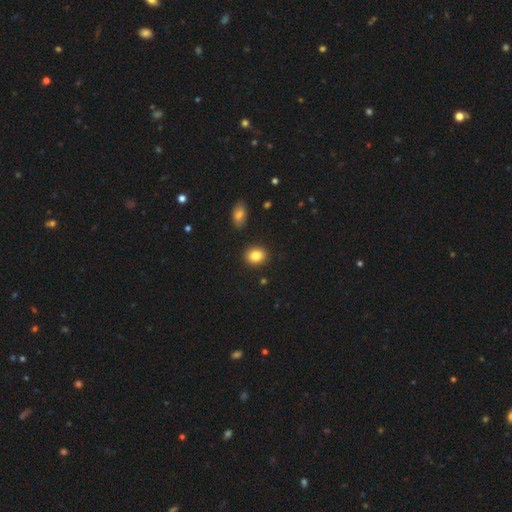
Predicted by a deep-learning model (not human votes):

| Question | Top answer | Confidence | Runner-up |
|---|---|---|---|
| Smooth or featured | smooth | 85% | star or artifact (9%) |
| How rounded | round | 53% | in between (46%) |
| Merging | none | 88% | minor disturbance (7%) |